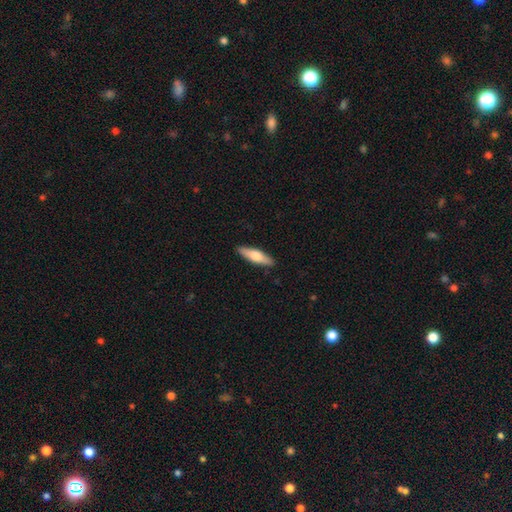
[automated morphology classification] This is possibly a smooth galaxy (60%). How rounded: likely cigar-shaped (63%). Merging: clearly none (90%).